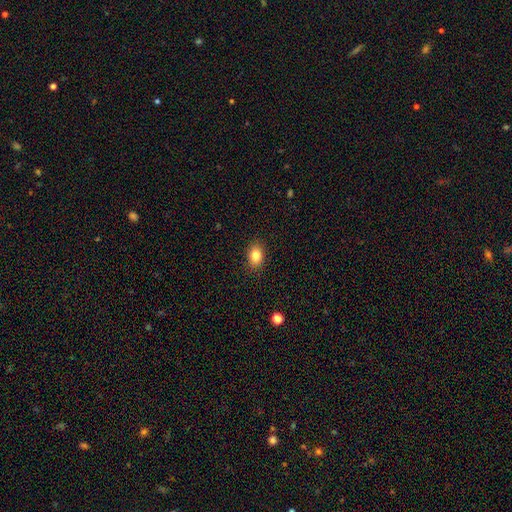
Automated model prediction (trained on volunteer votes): Morphology: type=smooth (83%); roundness=in between (78%); merging=none (88%).